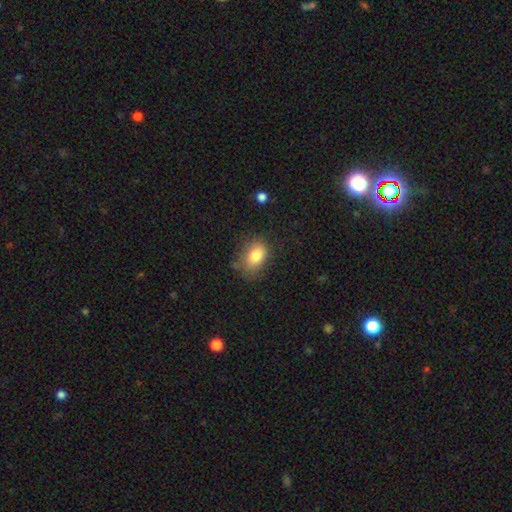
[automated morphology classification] A smooth galaxy with no disk features (81%) that is in between round and cigar-shaped (77%).

Vote fractions:
- Smooth or featured? smooth: 81% / featured or disk: 9% / star or artifact: 9%
- How rounded? in between: 77% / round: 21% / cigar-shaped: 1%
- Merging? none: 68% / minor disturbance: 22% / major disturbance: 7% / merger: 3%